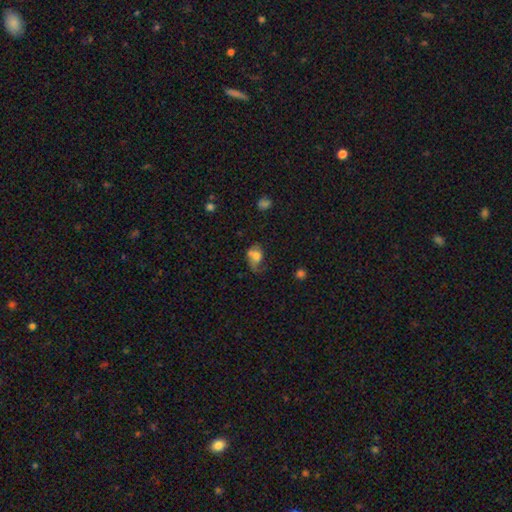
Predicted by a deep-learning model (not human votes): This is likely a smooth galaxy (64%). How rounded: likely in between (66%). Merging: marginally merger (29%).